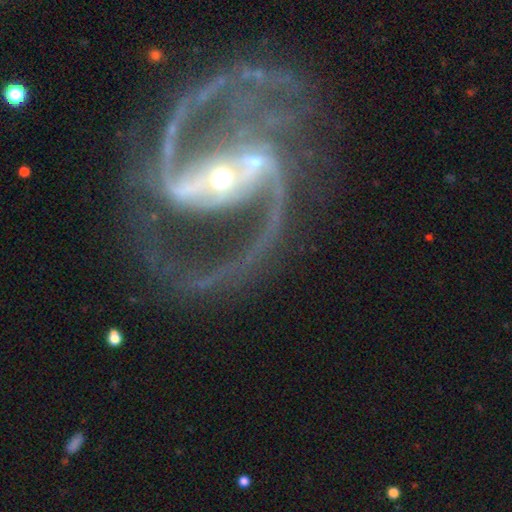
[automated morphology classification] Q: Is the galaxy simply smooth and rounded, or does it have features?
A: featured or disk — 93%.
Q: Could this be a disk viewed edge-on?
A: no — 98%.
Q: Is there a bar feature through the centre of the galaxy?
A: strong — 65%.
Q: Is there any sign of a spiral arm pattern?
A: yes — 98%.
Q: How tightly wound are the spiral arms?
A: medium — 58%.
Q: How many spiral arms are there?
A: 2 — 86%.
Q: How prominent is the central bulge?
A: small — 55%.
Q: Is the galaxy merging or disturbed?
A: none — 60%.